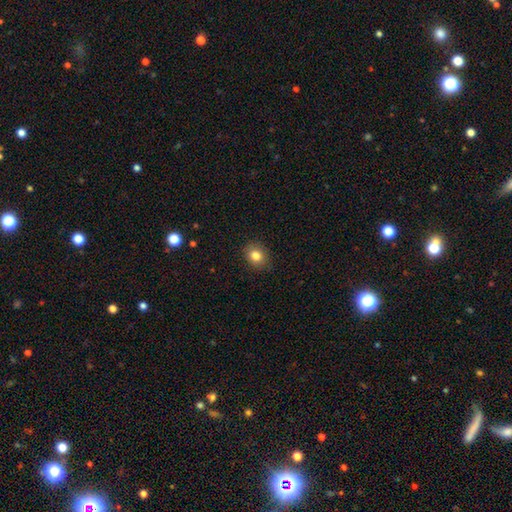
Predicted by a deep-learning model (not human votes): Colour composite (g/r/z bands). It shows a smooth galaxy with no disk features (82%) that is round (60%). Merging: none (88%).